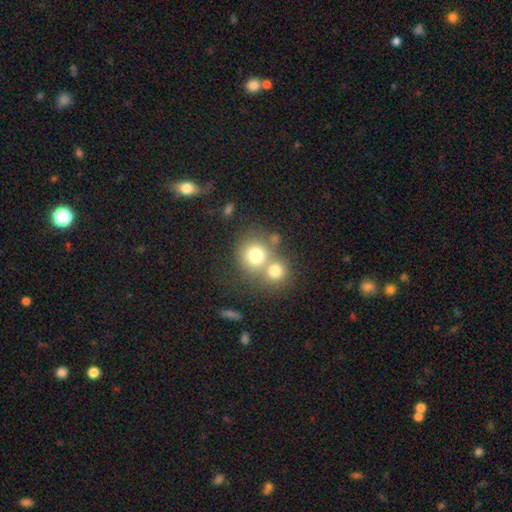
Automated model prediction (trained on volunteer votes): Smooth or featured?
  - smooth: 74% *
  - featured or disk: 15%
  - star or artifact: 12%
How rounded?
  - round: 84% *
  - in between: 15%
  - cigar-shaped: 1%
Merging?
  - merger: 49% *
  - none: 39%
  - minor disturbance: 8%
  - major disturbance: 4%